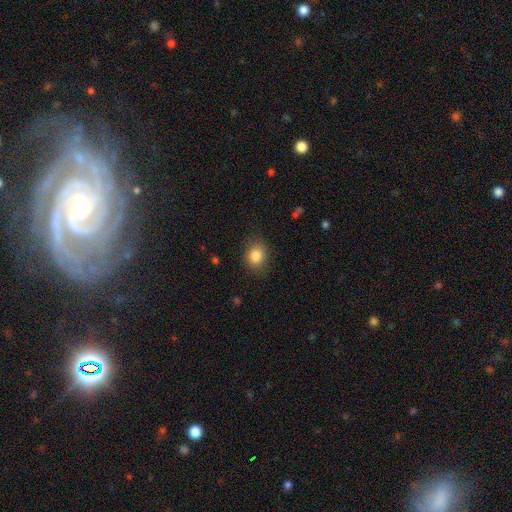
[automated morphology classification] Smooth or featured: smooth — 84% (star or artifact — 10%)
How rounded: round — 53% (in between — 46%)
Merging: none — 83% (minor disturbance — 13%)